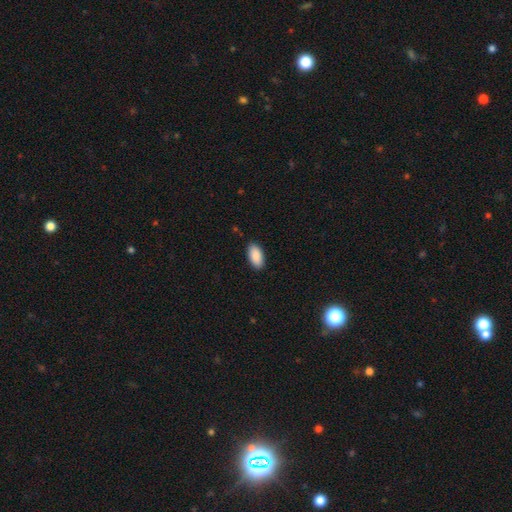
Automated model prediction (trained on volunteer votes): smooth_or_featured: smooth (p=0.90) [alt: star or artifact p=0.06]
how_rounded: in between (p=0.94) [alt: cigar-shaped p=0.04]
merging: none (p=0.88) [alt: minor disturbance p=0.09]